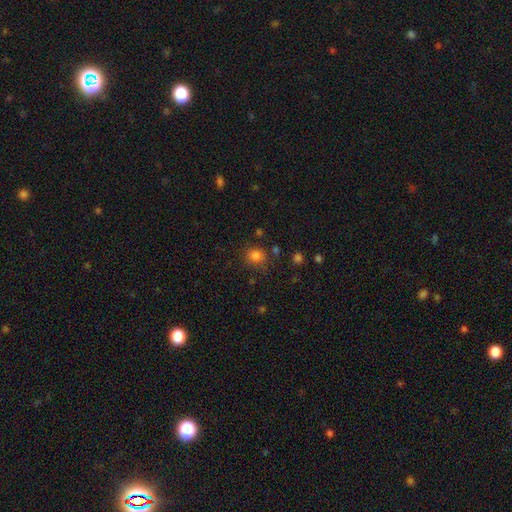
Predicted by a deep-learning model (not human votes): smooth-or-featured: smooth: 80% | star or artifact: 14% | featured or disk: 5%
  how-rounded: round: 72% | in between: 27% | cigar-shaped: 1%
  merging: none: 75% | minor disturbance: 15% | major disturbance: 5% | merger: 4%